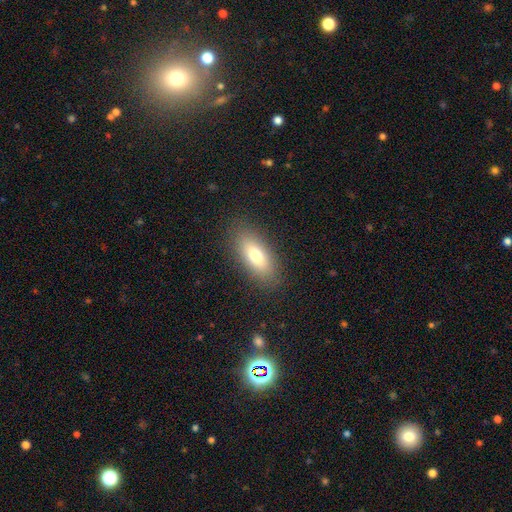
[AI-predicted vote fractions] Morphology: type=smooth (73%); roundness=in between (78%); merging=none (87%).